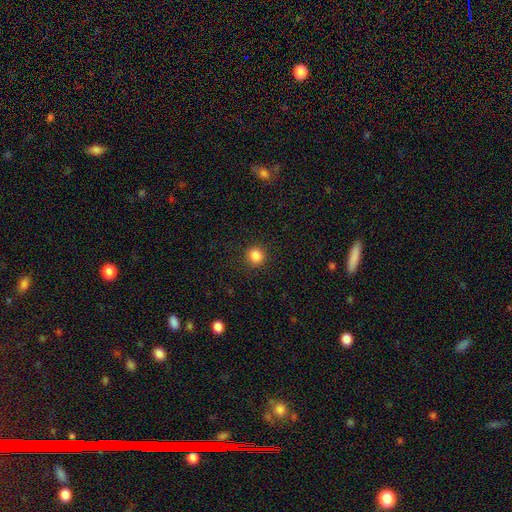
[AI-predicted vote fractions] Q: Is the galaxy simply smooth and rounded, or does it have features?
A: smooth — 85%.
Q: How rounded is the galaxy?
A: round — 90%.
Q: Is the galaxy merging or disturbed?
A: none — 91%.